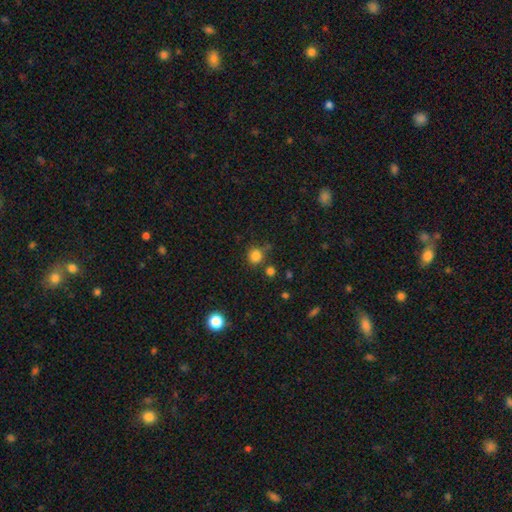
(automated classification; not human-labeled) Overall: smooth (82%). How rounded: round (89%). Merging: none (75%).